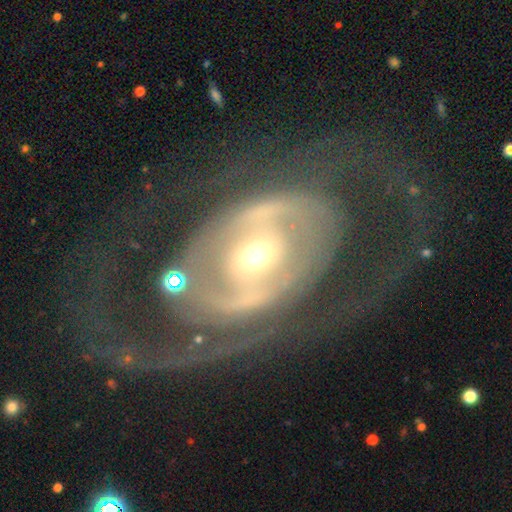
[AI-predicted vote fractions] Smooth or featured: featured or disk — 84% (smooth — 11%)
Edge-on disk: no — 96% (yes — 4%)
Bar: no — 38% (weak — 36%)
Spiral arms: yes — 82% (no — 18%)
Spiral winding: medium — 41% (tight — 35%)
Spiral arm count: 2 — 73% (can't tell — 12%)
Bulge size: moderate — 50% (small — 44%)
Merging: none — 52% (major disturbance — 25%)